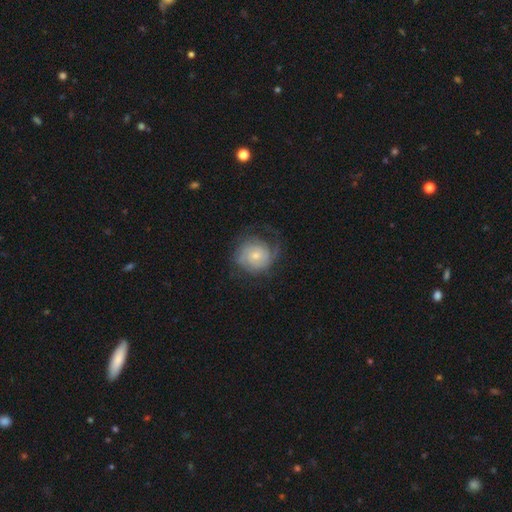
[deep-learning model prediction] This is likely a featured or disk galaxy (72%). It is clearly not viewed edge-on (98%). Bar: likely no (75%). Spiral arm pattern: clearly yes (92%). Spiral arm count: marginally can't tell (36%). Spiral winding: likely tight (64%). Central bulge: possibly small (60%). Merging: likely none (64%).